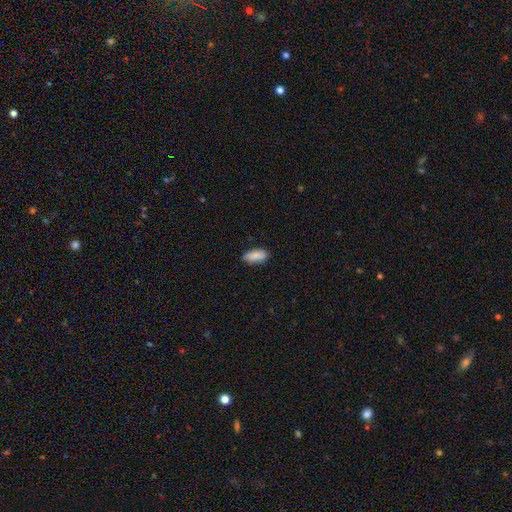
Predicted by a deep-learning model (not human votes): A smooth galaxy with no disk features (86%) that is in between round and cigar-shaped (85%).

Vote fractions:
- Smooth or featured? smooth: 86% / featured or disk: 8% / star or artifact: 7%
- How rounded? in between: 85% / cigar-shaped: 12% / round: 2%
- Merging? none: 79% / minor disturbance: 17% / major disturbance: 3% / merger: 1%